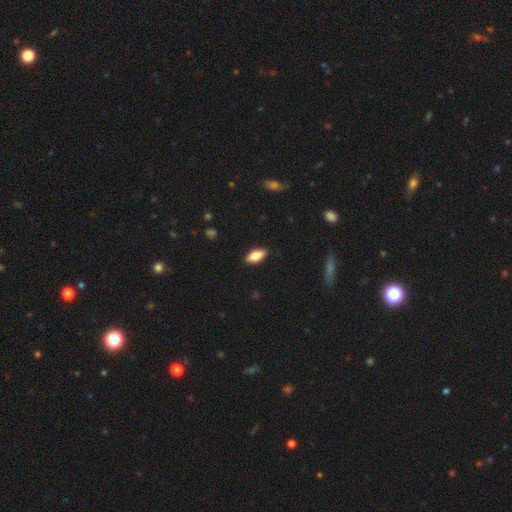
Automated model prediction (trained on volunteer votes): This is likely a smooth galaxy (73%). How rounded: clearly in between (83%). Merging: clearly none (88%).